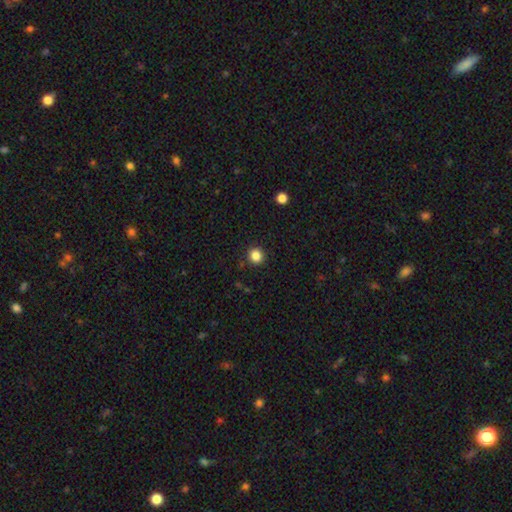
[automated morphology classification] Smooth or featured? Predicted: smooth (p=0.85). How rounded? Predicted: round (p=0.91). Merging? Predicted: none (p=0.91).